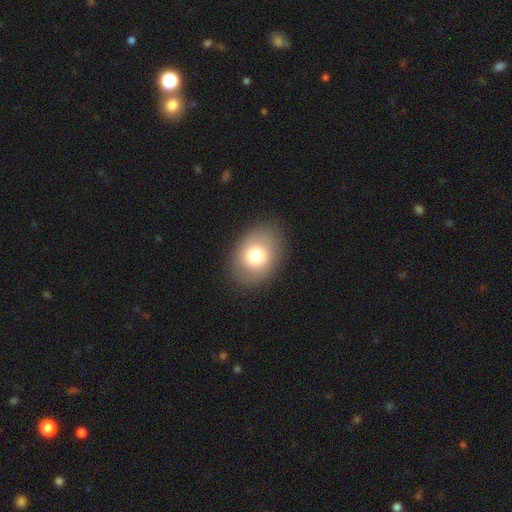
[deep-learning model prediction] The model was most divided on "how rounded": in between: 66%, round: 33%, cigar-shaped: 1%. More confident: merging — none (86%); smooth or featured — smooth (73%).